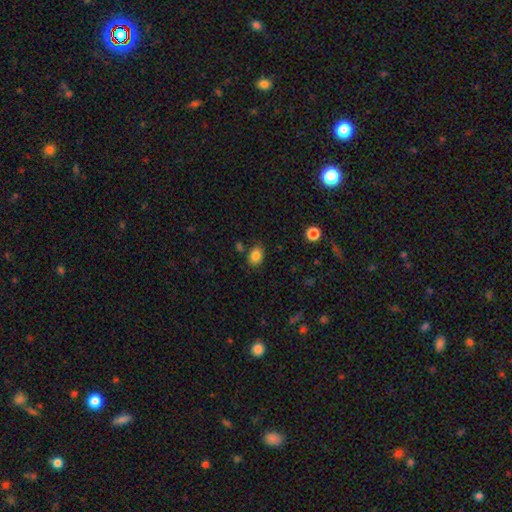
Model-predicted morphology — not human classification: Smooth or featured? Predicted: smooth (p=0.84). How rounded? Predicted: in between (p=0.68). Merging? Predicted: none (p=0.78).